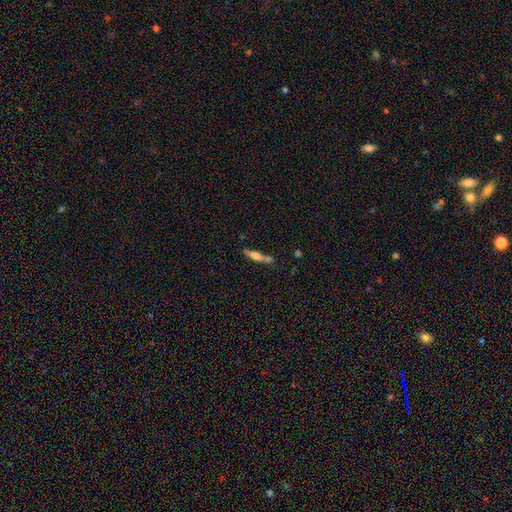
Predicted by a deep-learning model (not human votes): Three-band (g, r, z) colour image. It shows a smooth galaxy with no disk features (54%) that is cigar-shaped (81%). Merging: none (57%).